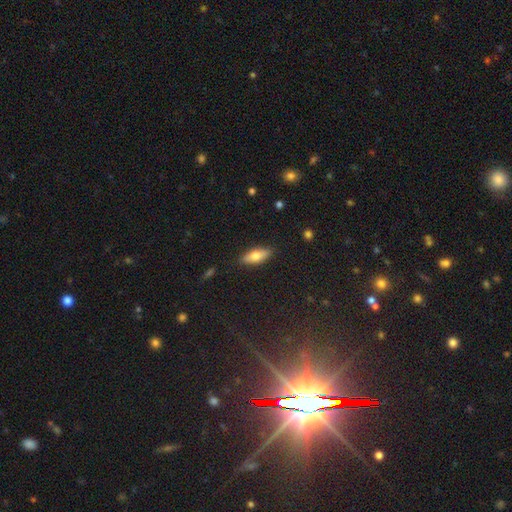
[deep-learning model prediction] smooth 67%, featured or disk 25%, star or artifact 7%. Down the decision tree: how rounded — in between (67%); merging — none (86%).